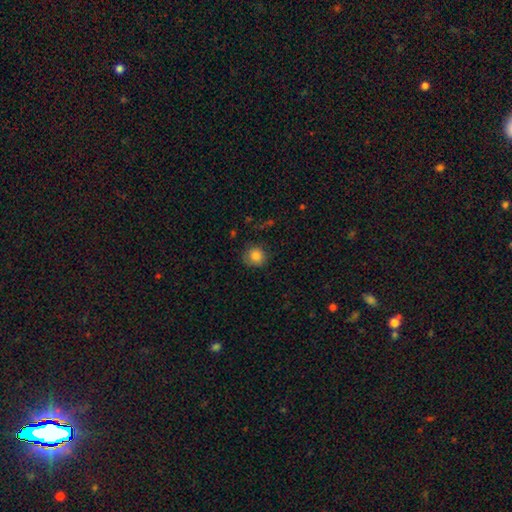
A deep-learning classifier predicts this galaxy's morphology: Smooth or featured?
  - smooth: 84% *
  - star or artifact: 9%
  - featured or disk: 7%
How rounded?
  - round: 87% *
  - in between: 12%
  - cigar-shaped: 1%
Merging?
  - none: 79% *
  - minor disturbance: 16%
  - major disturbance: 4%
  - merger: 1%